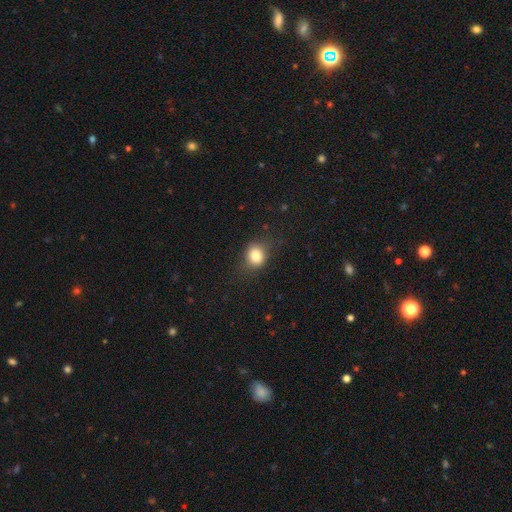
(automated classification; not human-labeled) smooth-or-featured: smooth: 82% | star or artifact: 10% | featured or disk: 7%
  how-rounded: round: 64% | in between: 35% | cigar-shaped: 1%
  merging: none: 70% | minor disturbance: 21% | major disturbance: 7% | merger: 1%